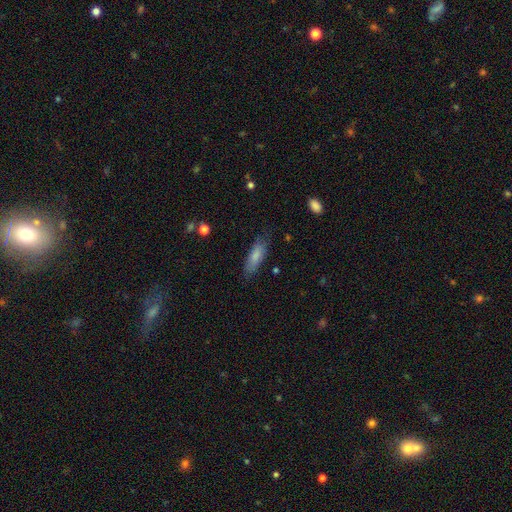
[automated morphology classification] A smooth galaxy with no disk features (79%) that is in between round and cigar-shaped (54%). Merging: none (72%).